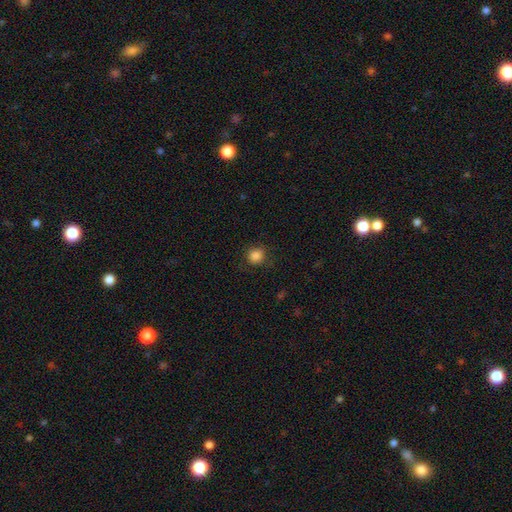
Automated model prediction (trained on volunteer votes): smooth_or_featured: smooth (p=0.86) [alt: star or artifact p=0.10]
how_rounded: round (p=0.92) [alt: in between p=0.08]
merging: none (p=0.83) [alt: minor disturbance p=0.12]